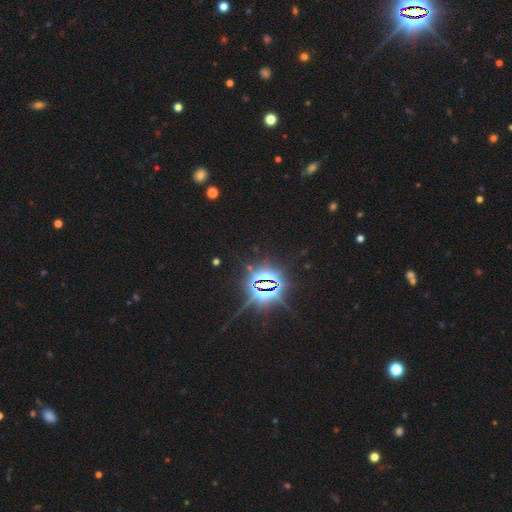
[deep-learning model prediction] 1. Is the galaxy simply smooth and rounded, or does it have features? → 84% star or artifact, 9% smooth, 6% featured or disk.